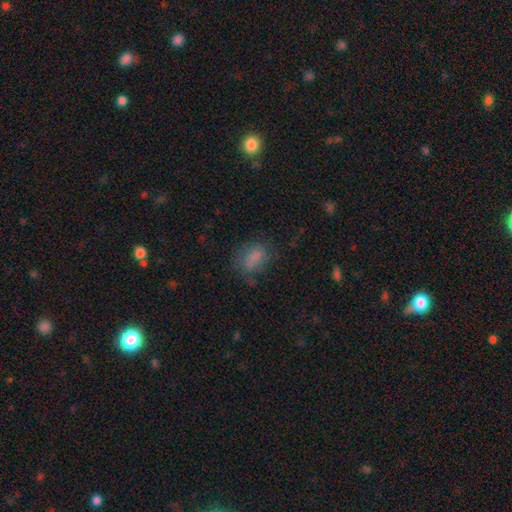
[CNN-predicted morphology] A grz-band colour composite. It shows a smooth galaxy with no disk features (73%) that is in between round and cigar-shaped (78%). Merging: none (59%).